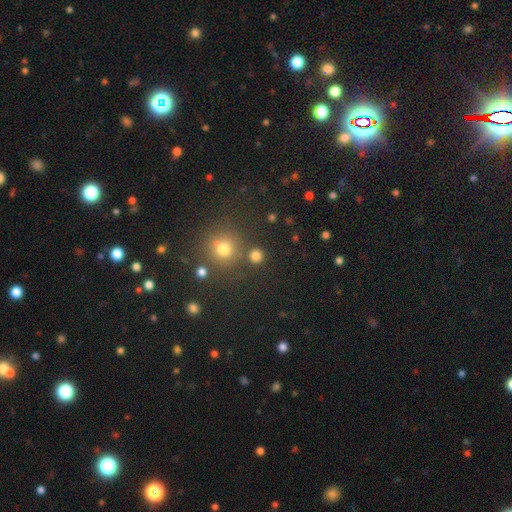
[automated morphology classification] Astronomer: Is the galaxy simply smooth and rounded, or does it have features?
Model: smooth — 78%.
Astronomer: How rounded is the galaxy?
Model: round — 91%.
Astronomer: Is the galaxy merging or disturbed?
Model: none — 81%.